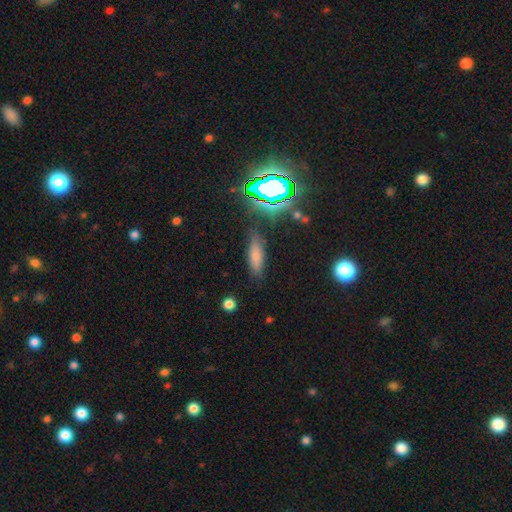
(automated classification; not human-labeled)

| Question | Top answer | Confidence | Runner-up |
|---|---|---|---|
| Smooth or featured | smooth | 71% | star or artifact (16%) |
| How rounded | in between | 50% | cigar-shaped (47%) |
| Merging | none | 80% | minor disturbance (13%) |